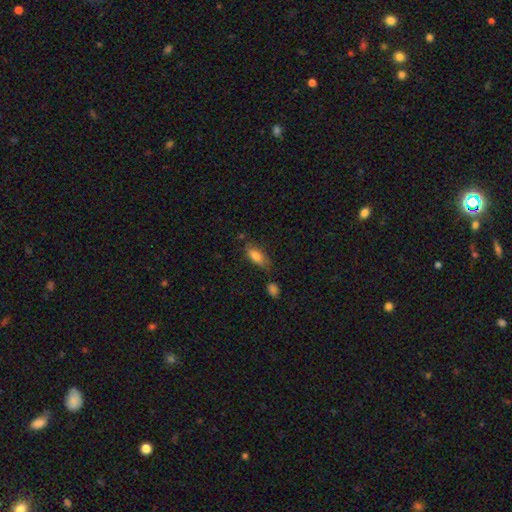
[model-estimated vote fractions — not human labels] A smooth galaxy with no disk features (80%) that is in between round and cigar-shaped (81%). Merging: none (65%).